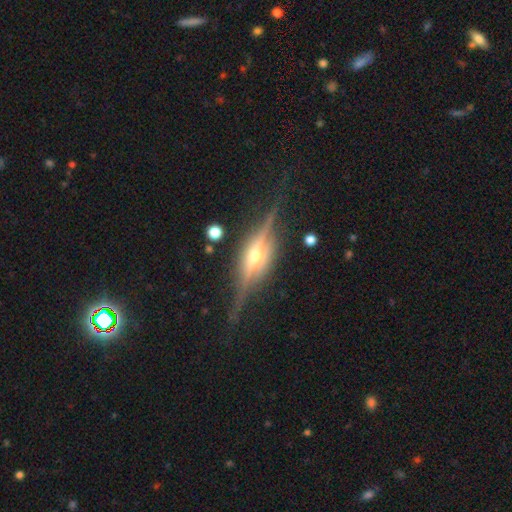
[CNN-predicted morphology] Q: Smooth or featured?
A: featured or disk (88%); runner-up: star or artifact (6%)
Q: Edge-on disk?
A: yes (96%); runner-up: no (4%)
Q: Edge-on bulge?
A: rounded (86%); runner-up: boxy (11%)
Q: Merging?
A: none (83%); runner-up: minor disturbance (11%)